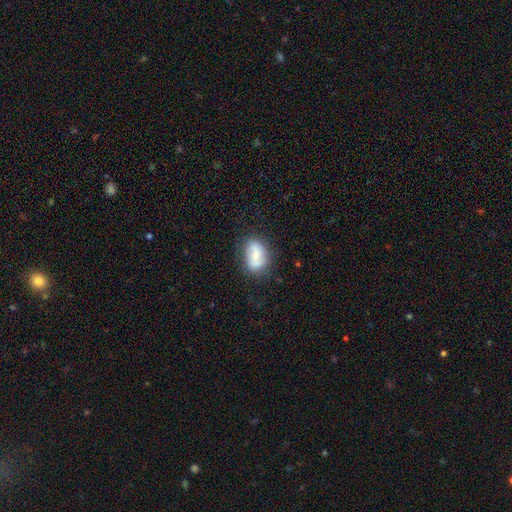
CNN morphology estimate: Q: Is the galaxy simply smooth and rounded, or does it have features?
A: smooth — 51%.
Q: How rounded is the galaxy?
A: in between — 72%.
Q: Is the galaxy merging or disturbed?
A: none — 69%.